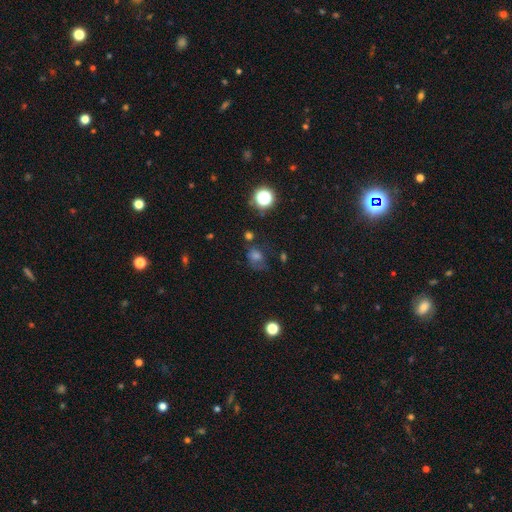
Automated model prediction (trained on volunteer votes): A smooth galaxy with no disk features (56%) that is round (50%). Merging: none (50%).